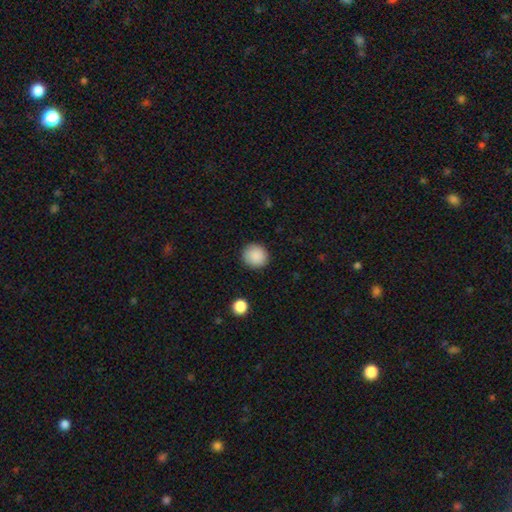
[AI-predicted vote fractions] A smooth galaxy with no disk features (89%) that is round (91%). Merging: none (91%).